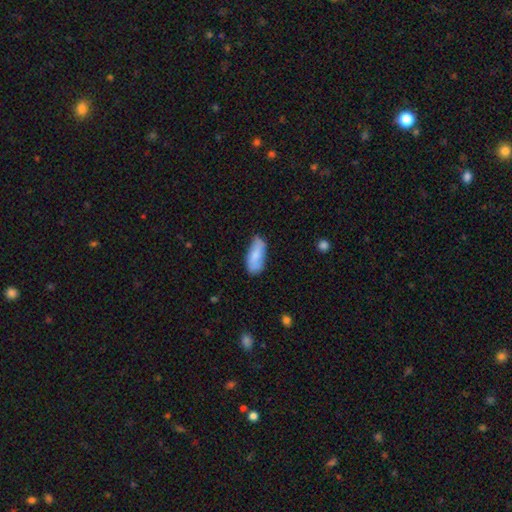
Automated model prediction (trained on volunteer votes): Smooth or featured?
  - smooth: 76% *
  - featured or disk: 18%
  - star or artifact: 6%
How rounded?
  - in between: 84% *
  - cigar-shaped: 14%
  - round: 2%
Merging?
  - none: 66% *
  - minor disturbance: 26%
  - major disturbance: 5%
  - merger: 2%